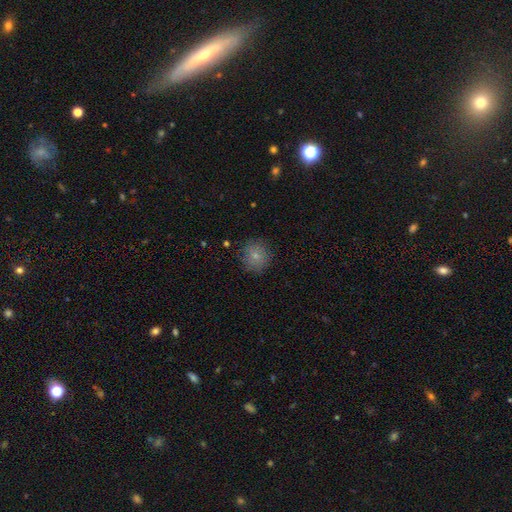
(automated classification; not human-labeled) smooth 77%, featured or disk 13%, star or artifact 11%. Down the decision tree: how rounded — round (89%); merging — none (82%).